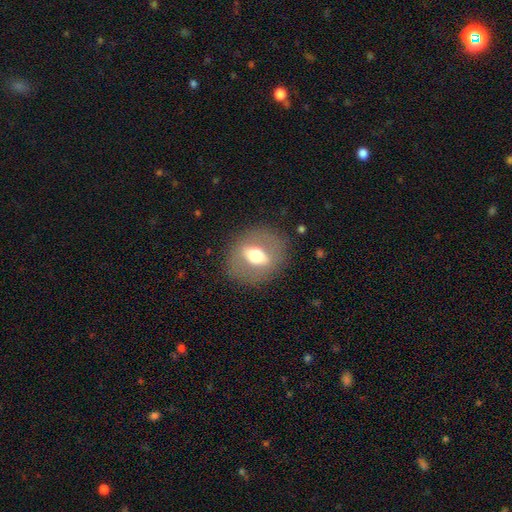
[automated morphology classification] featured or disk 51%, smooth 41%, star or artifact 9%. Down the decision tree: edge-on disk — no (71%); merging — none (83%).